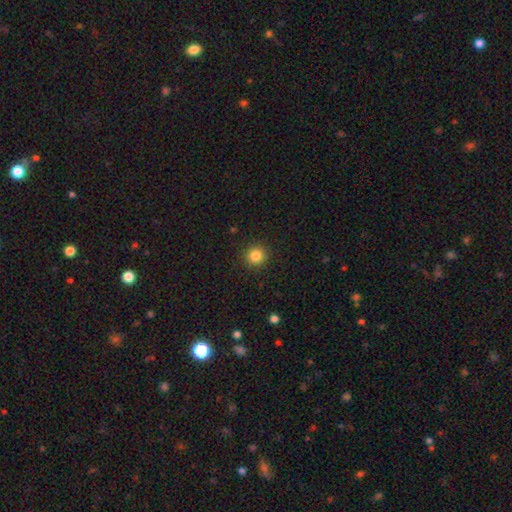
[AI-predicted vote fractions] smooth 85%, star or artifact 11%, featured or disk 4%. Down the decision tree: how rounded — round (94%); merging — none (92%).